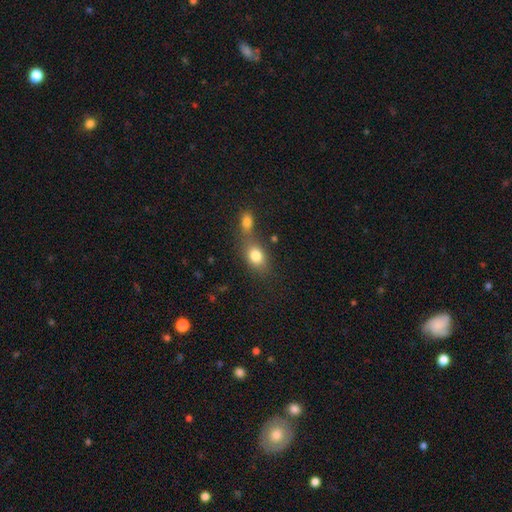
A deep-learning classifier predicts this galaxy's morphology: smooth 80%, featured or disk 10%, star or artifact 10%. Down the decision tree: how rounded — in between (66%); merging — none (44%).